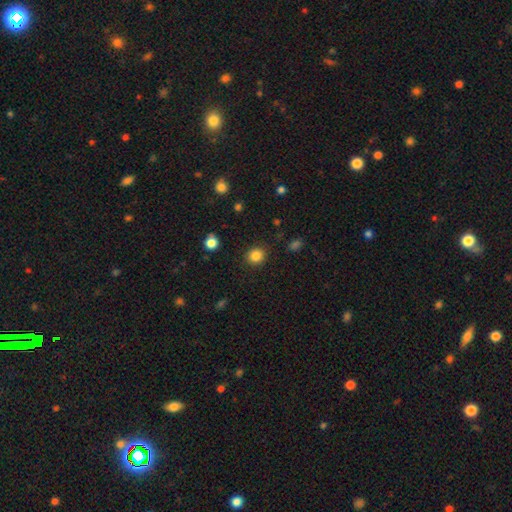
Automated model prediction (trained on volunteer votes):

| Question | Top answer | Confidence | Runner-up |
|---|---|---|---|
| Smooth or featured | smooth | 85% | star or artifact (11%) |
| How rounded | round | 85% | in between (14%) |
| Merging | none | 89% | minor disturbance (8%) |